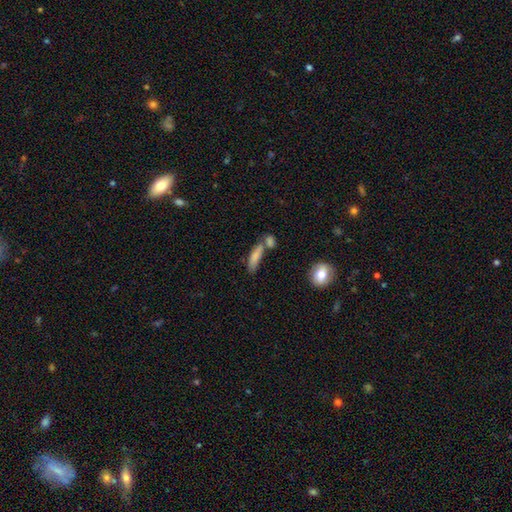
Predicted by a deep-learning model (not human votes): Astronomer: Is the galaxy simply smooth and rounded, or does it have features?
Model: smooth — 80%.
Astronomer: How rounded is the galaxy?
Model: cigar-shaped — 61% (runner-up: in between, 36%).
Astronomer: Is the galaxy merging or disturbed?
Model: none — 50% (runner-up: merger, 31%).